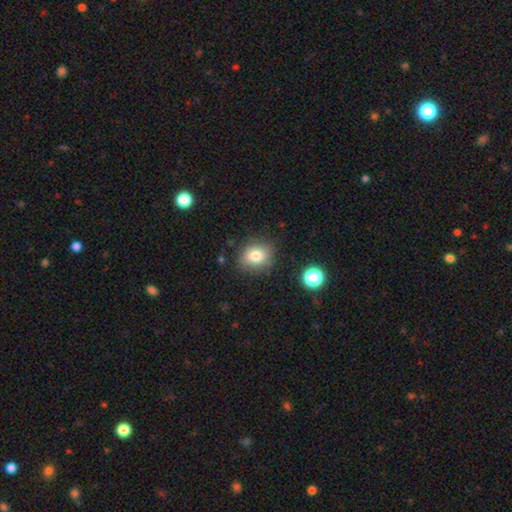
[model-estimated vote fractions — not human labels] Morphology: type=smooth (80%); roundness=round (57%); merging=none (82%).